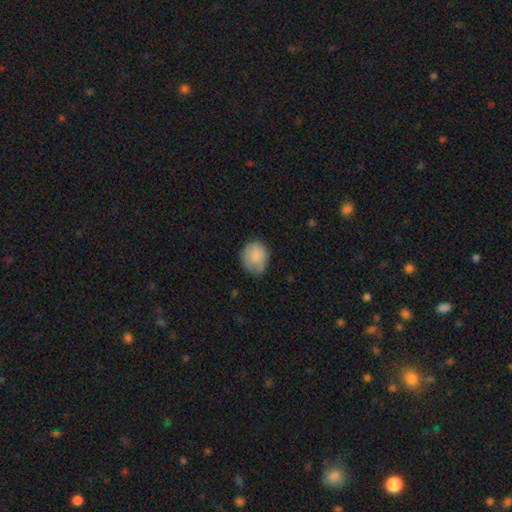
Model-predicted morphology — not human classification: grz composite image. It shows a smooth galaxy with no disk features (82%) that is round (60%). Merging: none (57%).